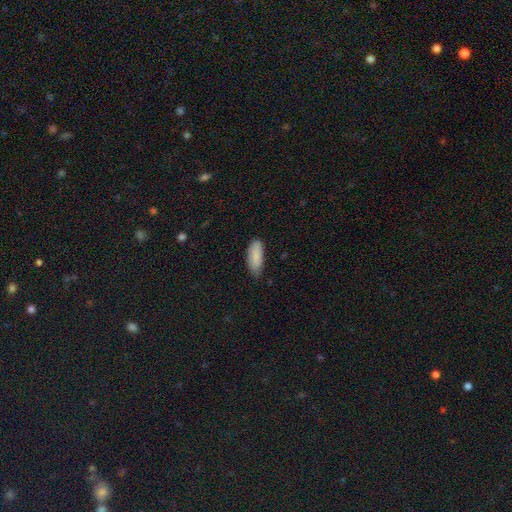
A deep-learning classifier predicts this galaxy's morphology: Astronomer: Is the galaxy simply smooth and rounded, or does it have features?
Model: smooth — 88%.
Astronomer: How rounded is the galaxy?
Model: in between — 79%.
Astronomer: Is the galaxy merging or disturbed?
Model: none — 70%.